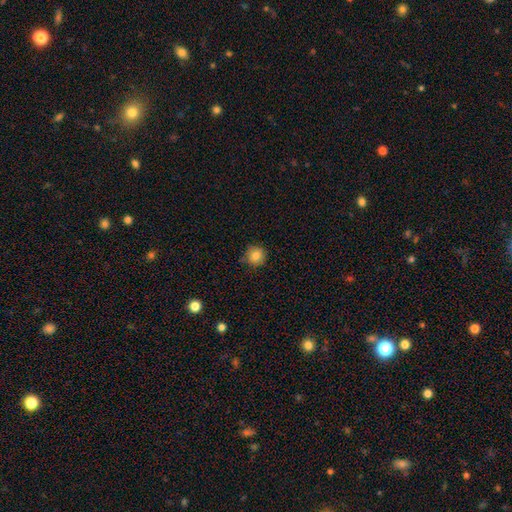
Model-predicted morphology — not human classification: Q: Smooth or featured?
A: smooth (83%); runner-up: star or artifact (10%)
Q: How rounded?
A: round (93%); runner-up: in between (6%)
Q: Merging?
A: none (83%); runner-up: minor disturbance (14%)